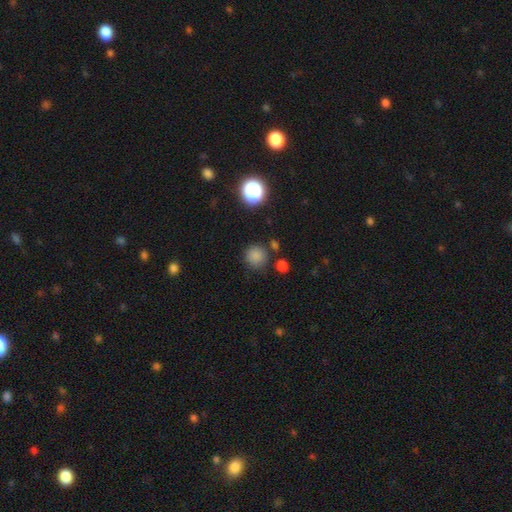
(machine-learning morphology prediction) Smooth or featured: smooth — 81% (star or artifact — 14%)
How rounded: round — 92% (in between — 7%)
Merging: none — 81% (minor disturbance — 10%)